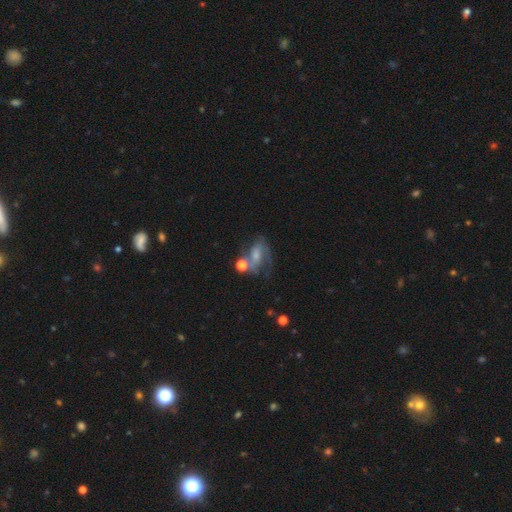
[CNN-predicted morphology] smooth-or-featured: featured or disk: 57% | smooth: 31% | star or artifact: 12%
  disk-edge-on: no: 96% | yes: 4%
    bar: no: 45% | weak: 40% | strong: 15%
    has-spiral-arms: yes: 79% | no: 21%
    bulge-size: small: 41% | moderate: 35% | none: 16% | large: 7% | dominant: 2%
  merging: none: 38% | major disturbance: 23% | minor disturbance: 21% | merger: 18%